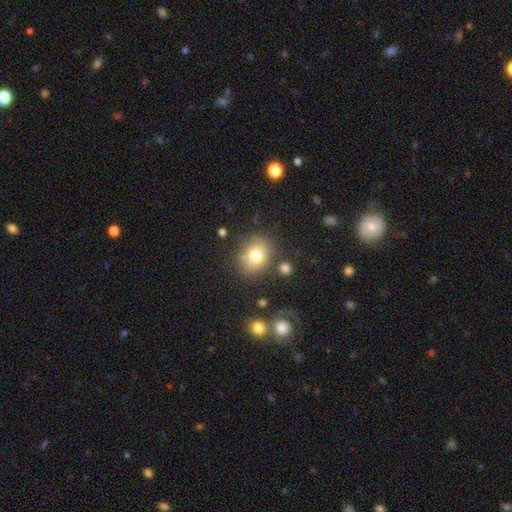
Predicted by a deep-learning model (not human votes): Smooth or featured? smooth (76%)
How rounded? round (57%)
Merging? none (72%)